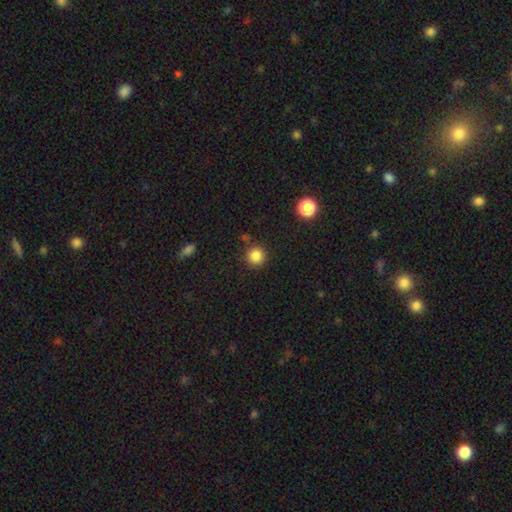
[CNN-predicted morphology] Q: Smooth or featured?
A: smooth (85%); runner-up: star or artifact (12%)
Q: How rounded?
A: round (94%); runner-up: in between (5%)
Q: Merging?
A: none (87%); runner-up: minor disturbance (7%)